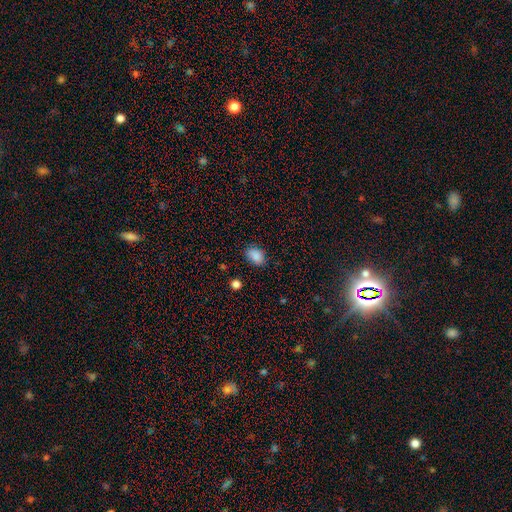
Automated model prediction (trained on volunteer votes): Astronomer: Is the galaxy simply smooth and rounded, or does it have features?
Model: smooth — 86%.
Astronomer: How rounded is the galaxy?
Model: in between — 73%.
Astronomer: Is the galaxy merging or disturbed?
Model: none — 78%.